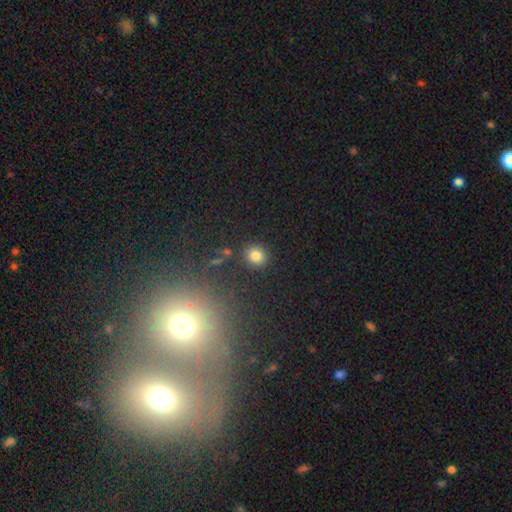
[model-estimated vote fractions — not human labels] Smooth or featured? smooth (80%)
How rounded? round (84%)
Merging? none (87%)